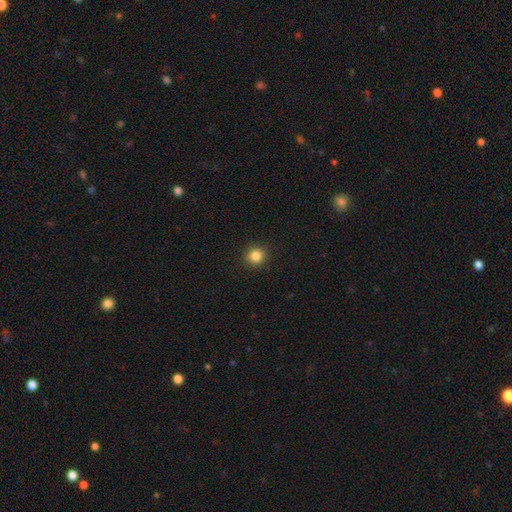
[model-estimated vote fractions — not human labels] Smooth or featured?
  - smooth: 85% *
  - star or artifact: 12%
  - featured or disk: 4%
How rounded?
  - round: 94% *
  - in between: 5%
  - cigar-shaped: 1%
Merging?
  - none: 92% *
  - minor disturbance: 5%
  - major disturbance: 2%
  - merger: 1%